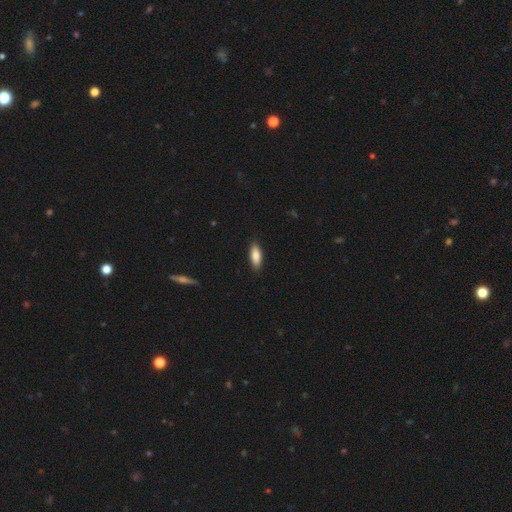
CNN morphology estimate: smooth_or_featured: smooth (p=0.85) [alt: featured or disk p=0.09]
how_rounded: in between (p=0.74) [alt: cigar-shaped p=0.24]
merging: none (p=0.87) [alt: minor disturbance p=0.10]